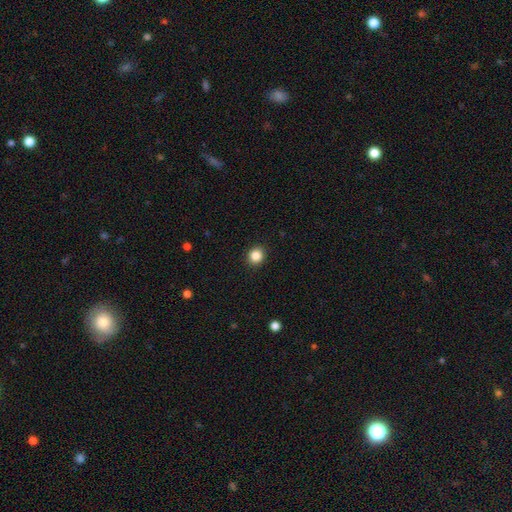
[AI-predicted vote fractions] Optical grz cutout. It shows a smooth galaxy with no disk features (85%) that is round (82%). Merging: none (92%).